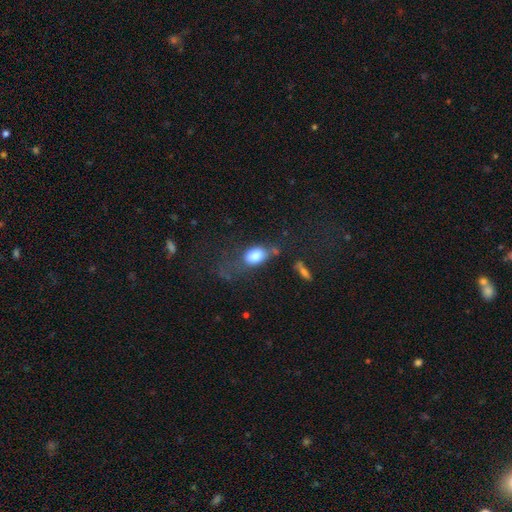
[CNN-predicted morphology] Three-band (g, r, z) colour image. It shows a smooth galaxy with no disk features (81%) that is in between round and cigar-shaped (84%). Merging: none (40%).